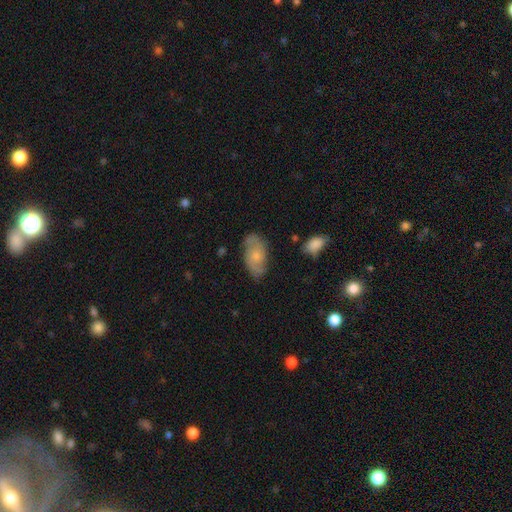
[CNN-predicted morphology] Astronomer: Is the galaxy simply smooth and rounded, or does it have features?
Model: featured or disk — 59%.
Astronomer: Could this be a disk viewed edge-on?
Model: no — 94%.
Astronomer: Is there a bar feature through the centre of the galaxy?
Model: no — 74%.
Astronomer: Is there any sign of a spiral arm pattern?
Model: yes — 86%.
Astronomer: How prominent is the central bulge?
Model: small — 50% (runner-up: moderate, 38%).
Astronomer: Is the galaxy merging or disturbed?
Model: none — 74%.